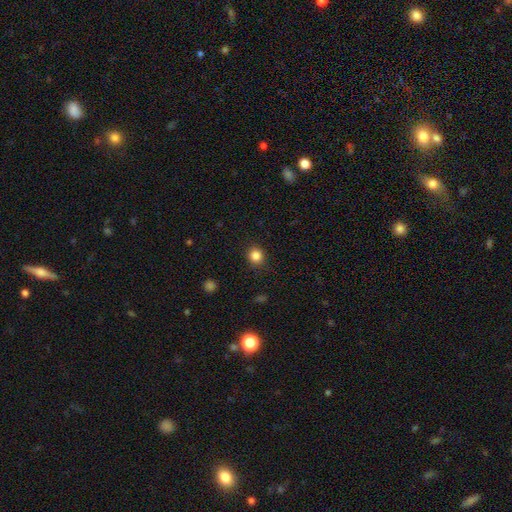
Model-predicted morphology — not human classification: A smooth galaxy with no disk features (85%) that is round (88%). Merging: none (90%).